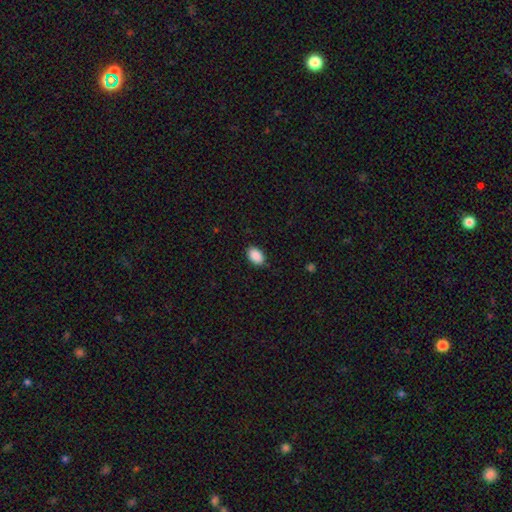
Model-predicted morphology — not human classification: This is clearly a smooth galaxy (90%). How rounded: clearly in between (88%). Merging: clearly none (87%).